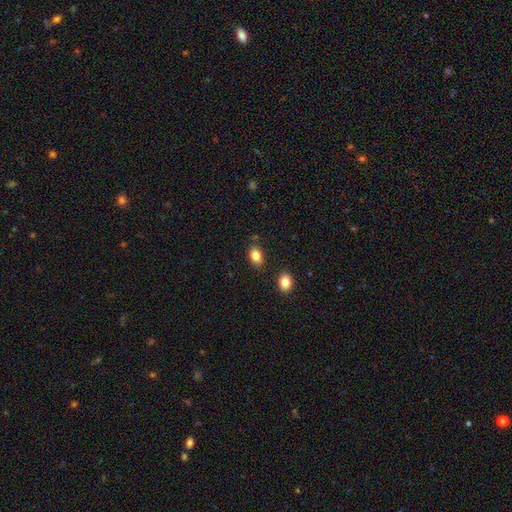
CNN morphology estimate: Q: Smooth or featured?
A: smooth (85%); runner-up: star or artifact (9%)
Q: How rounded?
A: in between (80%); runner-up: round (19%)
Q: Merging?
A: none (80%); runner-up: minor disturbance (12%)